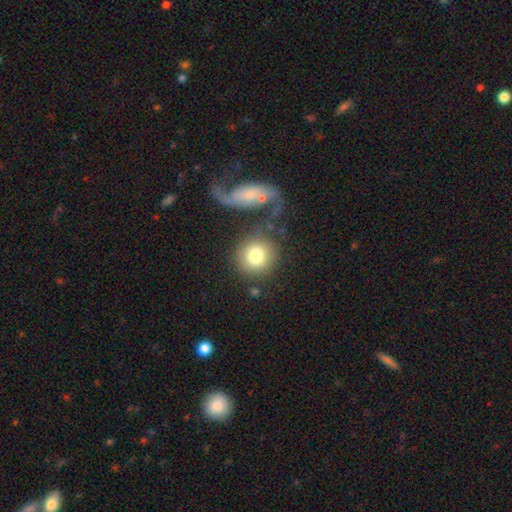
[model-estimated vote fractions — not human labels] Morphology: type=smooth (79%); roundness=round (88%); merging=none (65%).